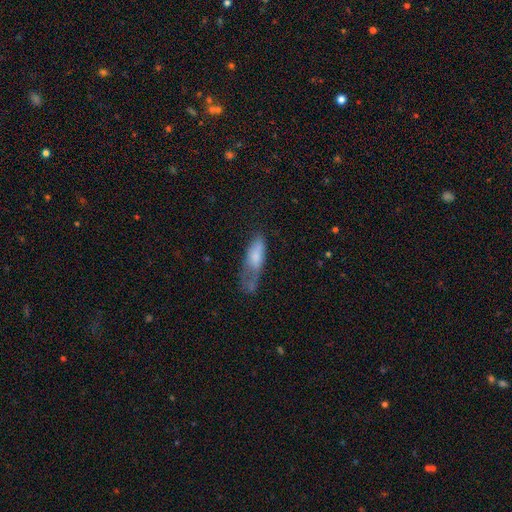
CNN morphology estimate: type=smooth (70%); roundness=in between (64%); merging=major disturbance (41%).